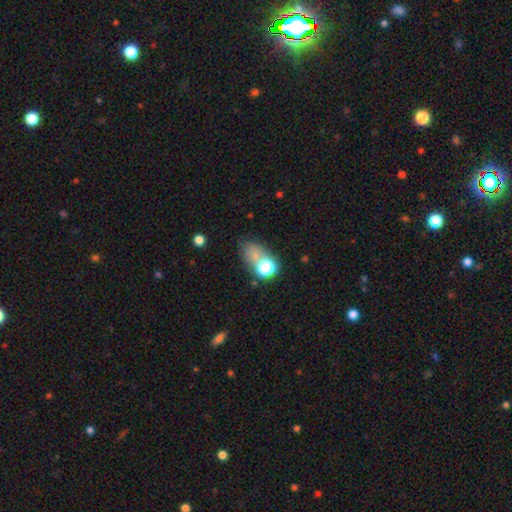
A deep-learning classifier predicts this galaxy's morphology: smooth_or_featured: smooth (p=0.63) [alt: star or artifact p=0.25]
how_rounded: in between (p=0.61) [alt: round p=0.37]
merging: none (p=0.46) [alt: merger p=0.21]